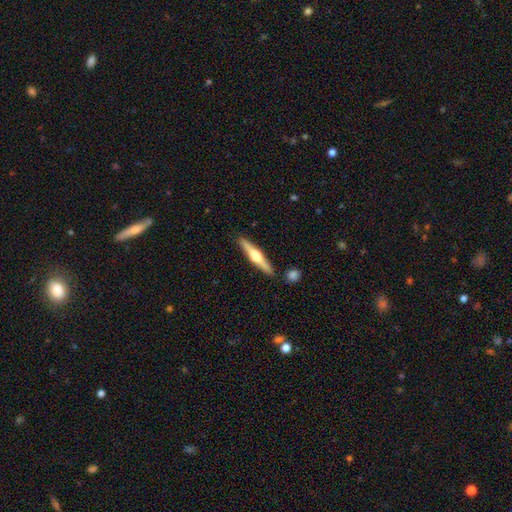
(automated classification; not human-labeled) This appears to be a featured or disk galaxy (67%) viewed edge-on (97%) with a rounded central bulge (94%). Merging: none (88%).